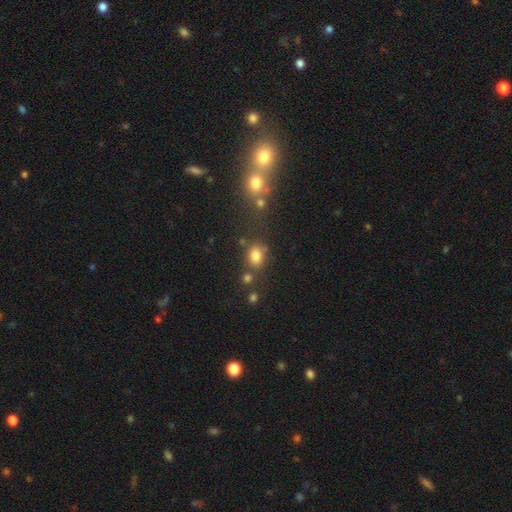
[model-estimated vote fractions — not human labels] Smooth or featured? smooth (79%)
How rounded? in between (56%)
Merging? none (65%)